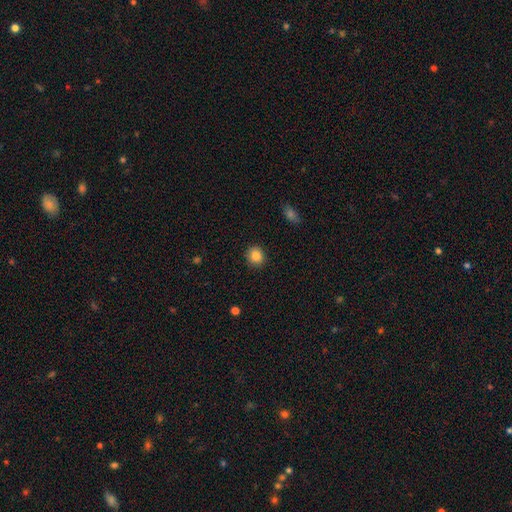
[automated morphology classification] This is clearly a smooth galaxy (86%). How rounded: likely round (75%). Merging: clearly none (90%).